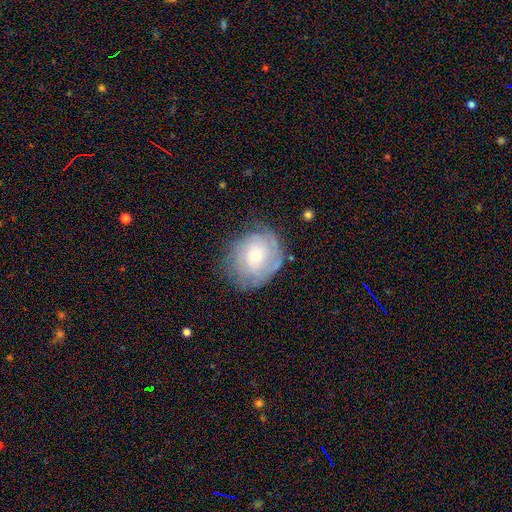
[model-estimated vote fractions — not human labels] Morphology: type=featured or disk (58%); edge-on=no (96%); bar=no (78%); spiral arms=yes (76%); bulge=small (54%); merging=none (68%).